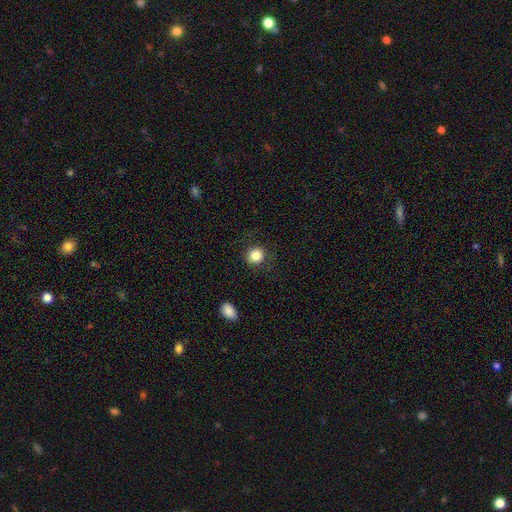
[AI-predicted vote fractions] Smooth or featured? Predicted: smooth (p=0.85). How rounded? Predicted: round (p=0.86). Merging? Predicted: none (p=0.85).